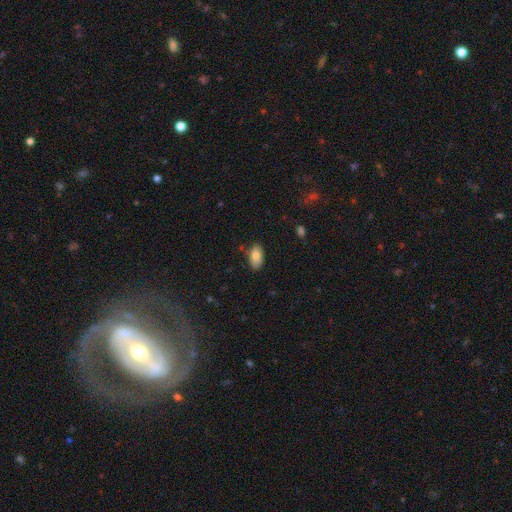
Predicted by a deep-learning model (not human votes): smooth 81%, featured or disk 12%, star or artifact 7%. Down the decision tree: how rounded — in between (93%); merging — none (80%).